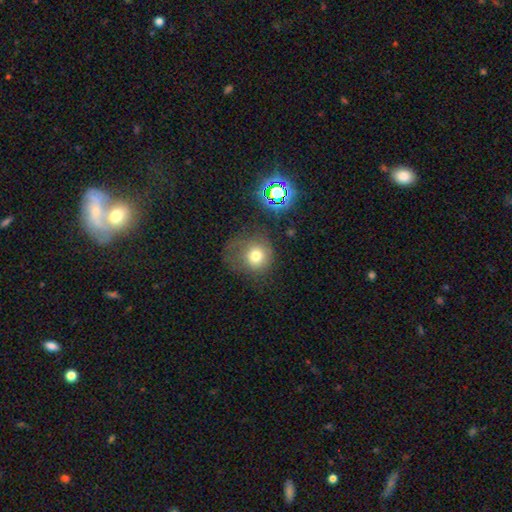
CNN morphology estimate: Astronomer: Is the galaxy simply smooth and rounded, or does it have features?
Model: smooth — 70%.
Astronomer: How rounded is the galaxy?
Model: round — 82%.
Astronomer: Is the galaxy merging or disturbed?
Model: none — 46% (runner-up: major disturbance, 26%).